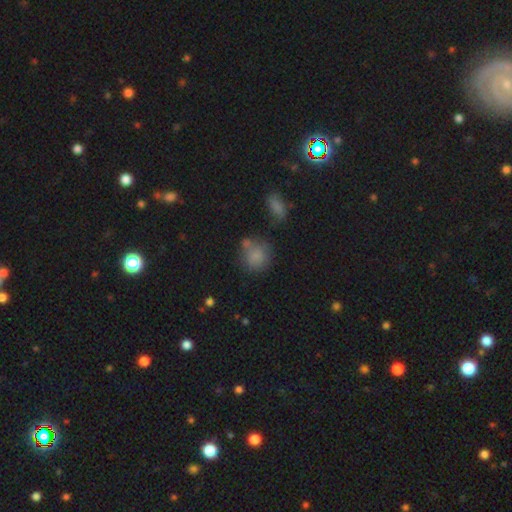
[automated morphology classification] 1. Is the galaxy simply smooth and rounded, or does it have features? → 80% smooth, 10% featured or disk, 10% star or artifact.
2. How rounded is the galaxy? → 79% round, 20% in between, 1% cigar-shaped.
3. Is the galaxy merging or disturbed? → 52% none, 20% merger, 19% minor disturbance, 9% major disturbance.